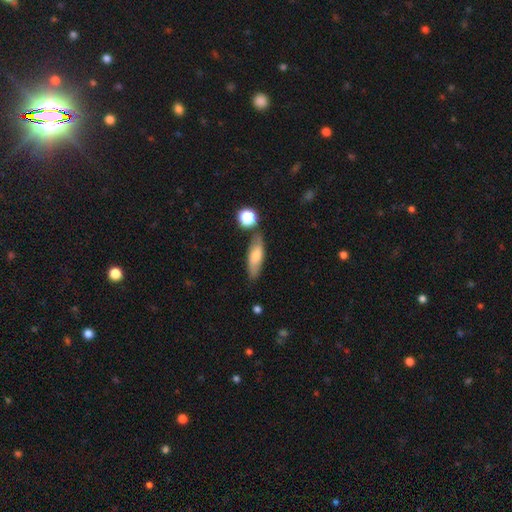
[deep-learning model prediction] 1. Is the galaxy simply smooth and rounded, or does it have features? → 68% smooth, 24% featured or disk, 7% star or artifact.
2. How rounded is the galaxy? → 58% in between, 38% cigar-shaped, 3% round.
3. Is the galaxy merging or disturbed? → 74% none, 16% minor disturbance, 7% merger, 4% major disturbance.